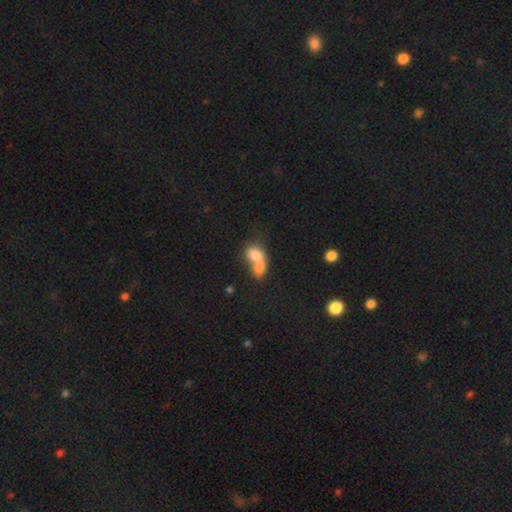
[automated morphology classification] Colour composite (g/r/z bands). It shows a smooth galaxy with no disk features (74%) that is in between round and cigar-shaped (62%). Merging: merger (78%).